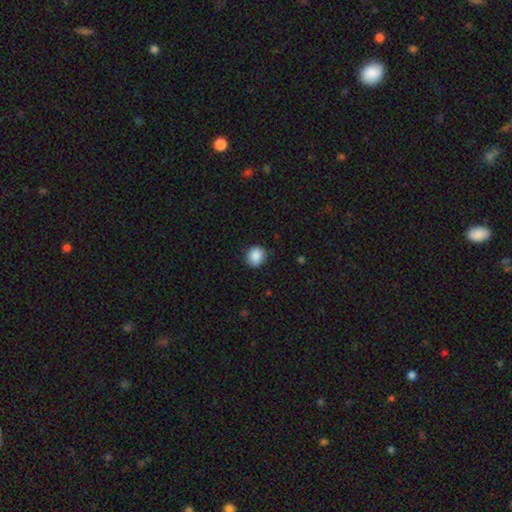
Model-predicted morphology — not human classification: Smooth or featured? smooth (88%)
How rounded? round (78%)
Merging? none (85%)